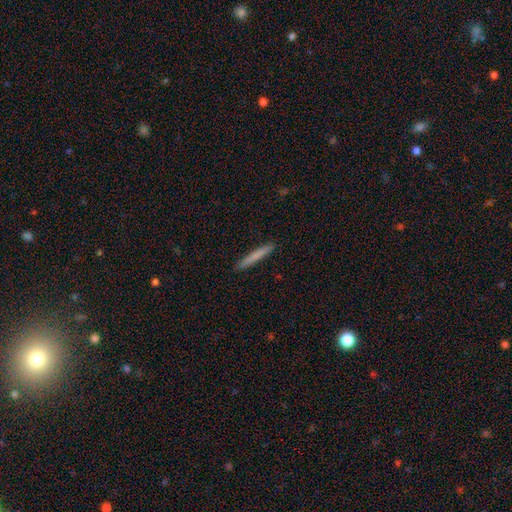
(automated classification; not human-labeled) smooth 74%, featured or disk 20%, star or artifact 6%. Down the decision tree: how rounded — cigar-shaped (97%); merging — none (92%).